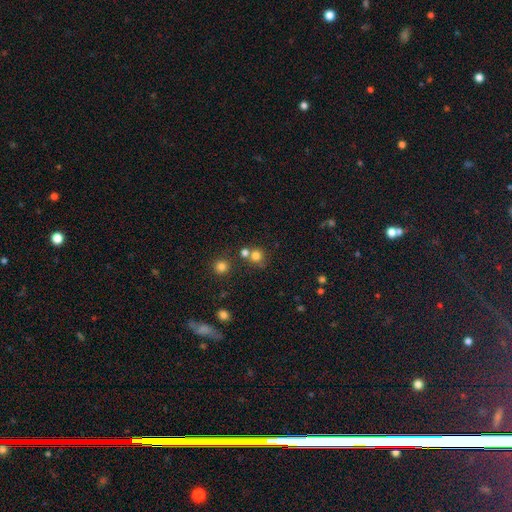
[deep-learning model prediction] A smooth galaxy with no disk features (75%) that is round (87%).

Vote fractions:
- Smooth or featured? smooth: 75% / star or artifact: 17% / featured or disk: 9%
- How rounded? round: 87% / in between: 12% / cigar-shaped: 1%
- Merging? none: 59% / merger: 28% / minor disturbance: 9% / major disturbance: 4%